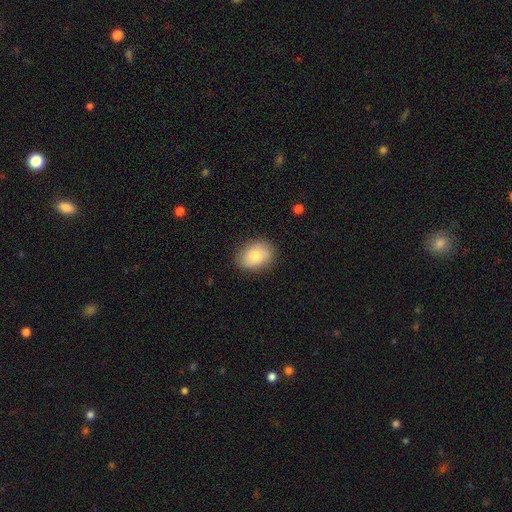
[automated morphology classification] Smooth or featured?
  - smooth: 81% *
  - featured or disk: 12%
  - star or artifact: 7%
How rounded?
  - in between: 69% *
  - round: 30%
  - cigar-shaped: 1%
Merging?
  - none: 83% *
  - minor disturbance: 13%
  - major disturbance: 3%
  - merger: 1%